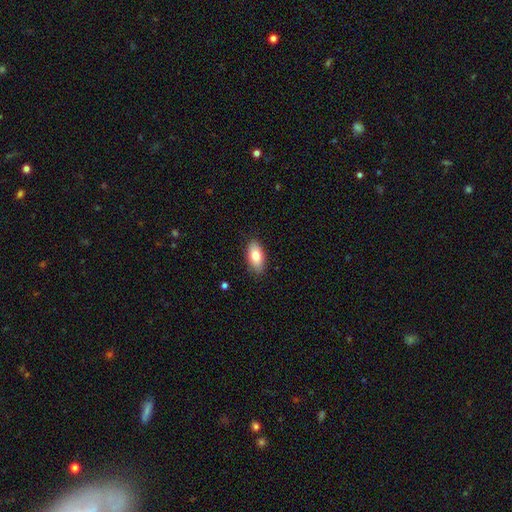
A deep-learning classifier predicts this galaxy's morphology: smooth-or-featured: smooth: 80% | featured or disk: 13% | star or artifact: 7%
  how-rounded: in between: 90% | cigar-shaped: 6% | round: 4%
  merging: none: 86% | minor disturbance: 11% | major disturbance: 2% | merger: 1%